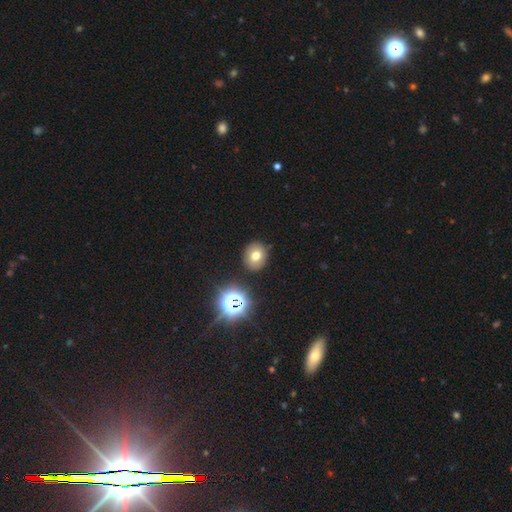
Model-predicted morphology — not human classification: smooth_or_featured: smooth (p=0.70) [alt: star or artifact p=0.17]
how_rounded: round (p=0.71) [alt: in between p=0.28]
merging: none (p=0.87) [alt: minor disturbance p=0.08]